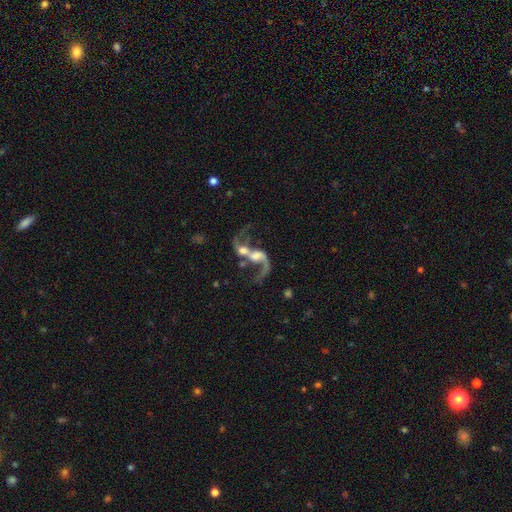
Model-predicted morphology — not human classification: Smooth or featured? Predicted: featured or disk (p=0.80). Edge-on disk? Predicted: no (p=0.97). Bar? Predicted: no (p=0.47). Spiral arms? Predicted: yes (p=0.88). Spiral winding? Predicted: loose (p=0.84). Spiral arm count? Predicted: 2 (p=0.78). Bulge size? Predicted: moderate (p=0.37). Merging? Predicted: merger (p=0.61).